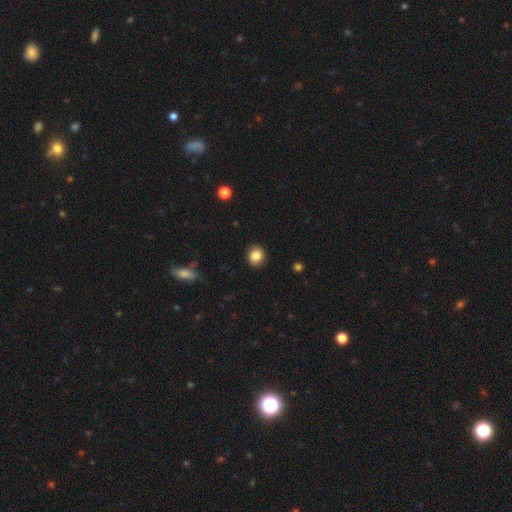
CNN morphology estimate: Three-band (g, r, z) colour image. It shows a smooth galaxy with no disk features (85%) that is round (79%). Merging: none (89%).